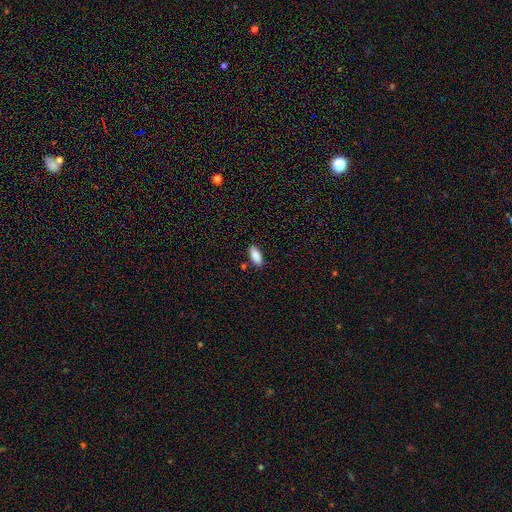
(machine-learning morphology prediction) Smooth or featured?
  - smooth: 88% *
  - star or artifact: 7%
  - featured or disk: 5%
How rounded?
  - in between: 84% *
  - cigar-shaped: 13%
  - round: 2%
Merging?
  - none: 83% *
  - minor disturbance: 12%
  - merger: 3%
  - major disturbance: 2%